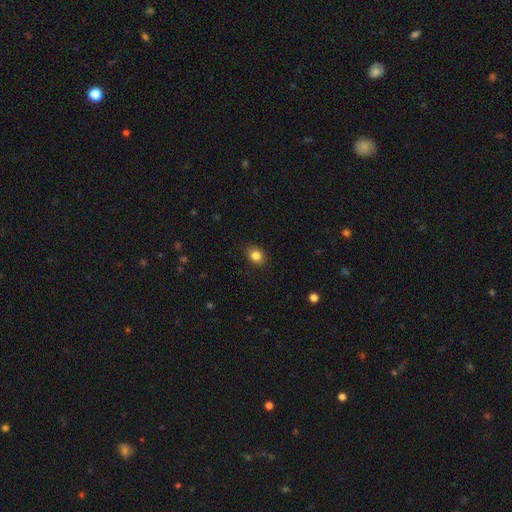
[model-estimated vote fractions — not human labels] Overall: smooth (85%). How rounded: round (50%; in between 49%). Merging: none (87%).